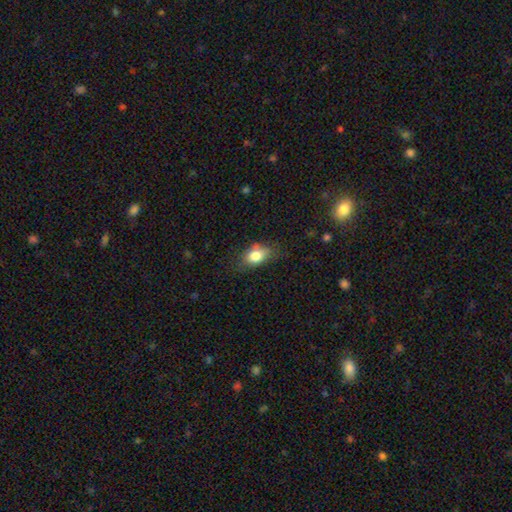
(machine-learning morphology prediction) A smooth galaxy with no disk features (81%) that is in between round and cigar-shaped (80%).

Vote fractions:
- Smooth or featured? smooth: 81% / featured or disk: 10% / star or artifact: 9%
- How rounded? in between: 80% / round: 18% / cigar-shaped: 2%
- Merging? none: 66% / minor disturbance: 25% / major disturbance: 7% / merger: 2%